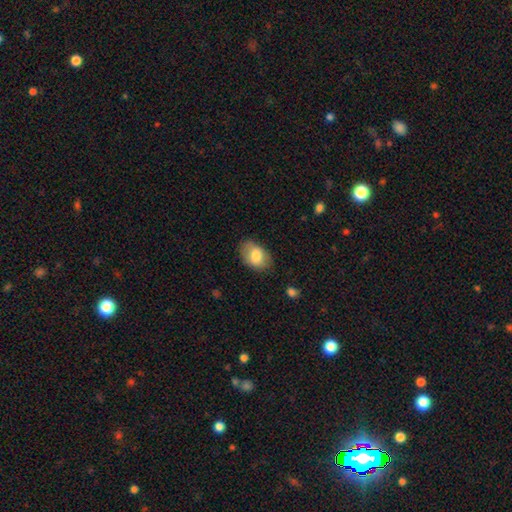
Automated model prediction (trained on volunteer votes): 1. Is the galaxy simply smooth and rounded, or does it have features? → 79% smooth, 14% featured or disk, 7% star or artifact.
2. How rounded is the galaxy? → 85% in between, 13% round, 1% cigar-shaped.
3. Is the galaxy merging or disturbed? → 77% none, 17% minor disturbance, 5% major disturbance, 1% merger.